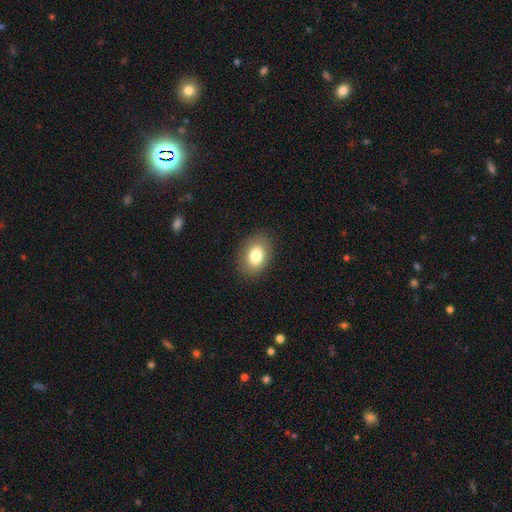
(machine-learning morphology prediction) Smooth or featured: smooth — 80% (featured or disk — 11%)
How rounded: in between — 79% (round — 20%)
Merging: none — 87% (minor disturbance — 9%)